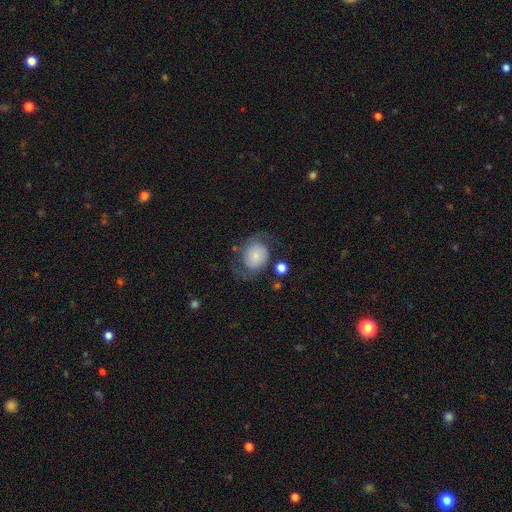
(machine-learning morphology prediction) Smooth or featured? featured or disk (52%)
Edge-on disk? no (97%)
Bar? no (74%)
Spiral arms? yes (86%)
Bulge size? small (55%)
Merging? none (58%)